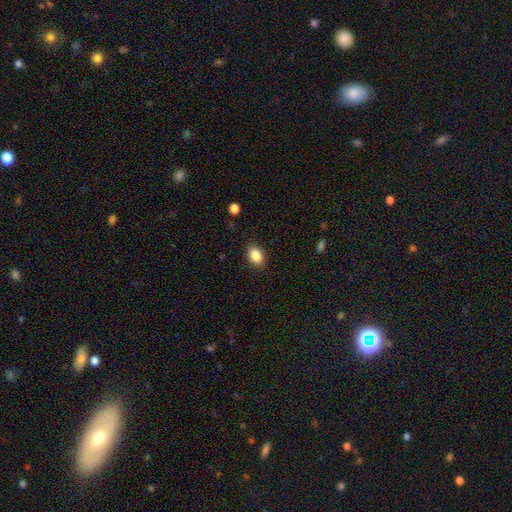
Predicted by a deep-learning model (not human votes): A smooth galaxy with no disk features (86%) that is in between round and cigar-shaped (76%).

Vote fractions:
- Smooth or featured? smooth: 86% / star or artifact: 9% / featured or disk: 6%
- How rounded? in between: 76% / round: 23% / cigar-shaped: 1%
- Merging? none: 87% / minor disturbance: 9% / major disturbance: 2% / merger: 1%